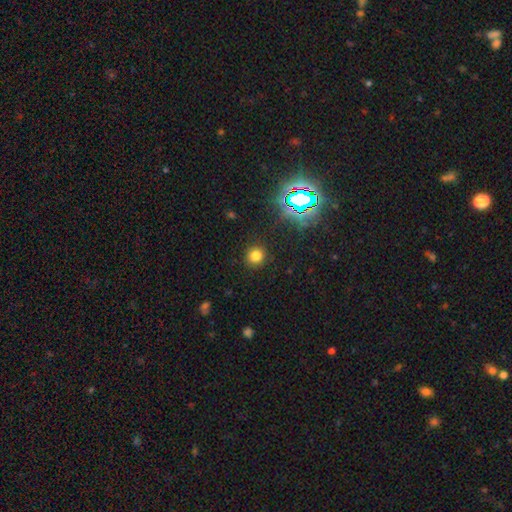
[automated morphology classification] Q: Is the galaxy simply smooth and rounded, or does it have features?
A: smooth — 75%.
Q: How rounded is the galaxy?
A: round — 90%.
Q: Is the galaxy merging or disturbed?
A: none — 89%.